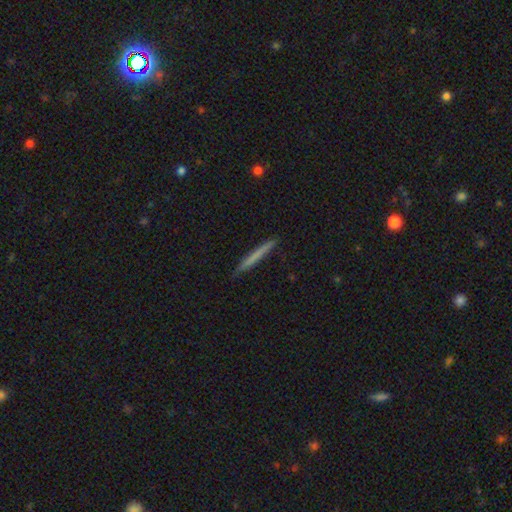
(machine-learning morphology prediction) A smooth galaxy with no disk features (64%) that is cigar-shaped (97%). Merging: none (90%).